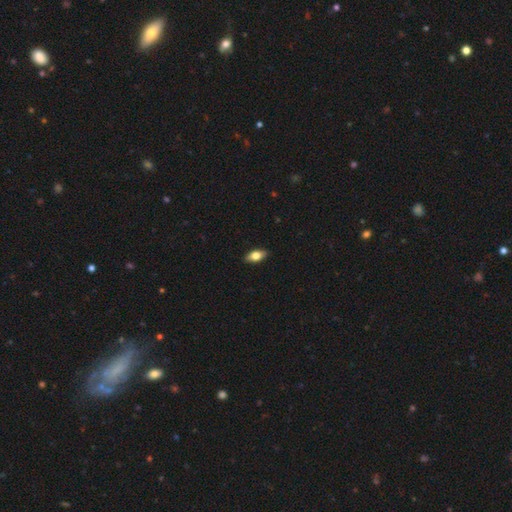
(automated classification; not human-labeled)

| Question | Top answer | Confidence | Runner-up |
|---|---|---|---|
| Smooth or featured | smooth | 71% | featured or disk (22%) |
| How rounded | in between | 87% | cigar-shaped (10%) |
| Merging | none | 89% | minor disturbance (8%) |